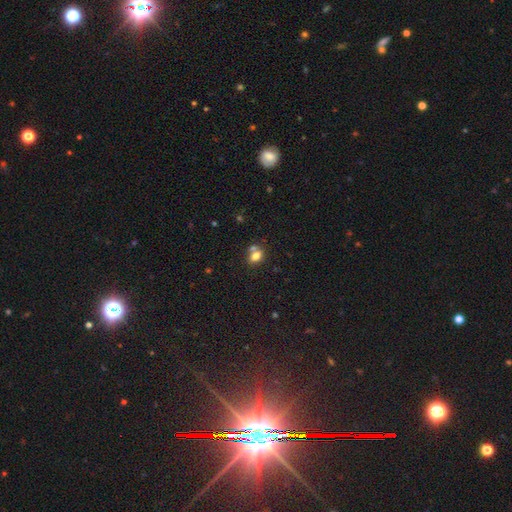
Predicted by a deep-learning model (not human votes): Overall: smooth (78%). How rounded: in between (73%). Merging: none (53%; merger 31%).